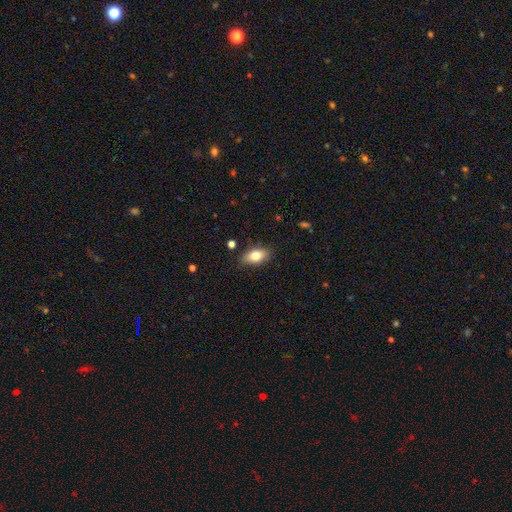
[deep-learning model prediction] Morphology: type=smooth (79%); roundness=in between (89%); merging=none (83%).